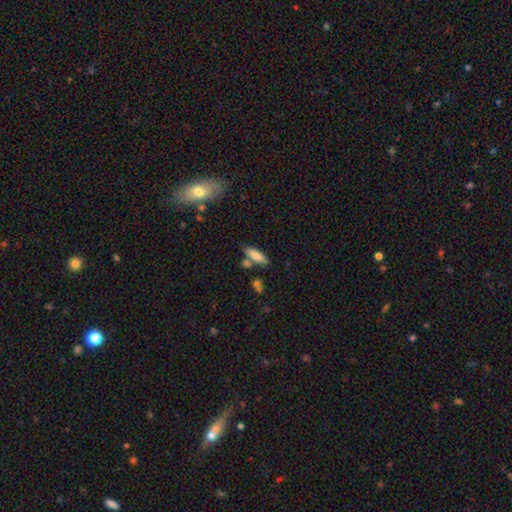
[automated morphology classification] The model was most divided on "how rounded": in between: 55%, cigar-shaped: 42%, round: 2%. More confident: smooth or featured — smooth (81%); merging — none (66%).